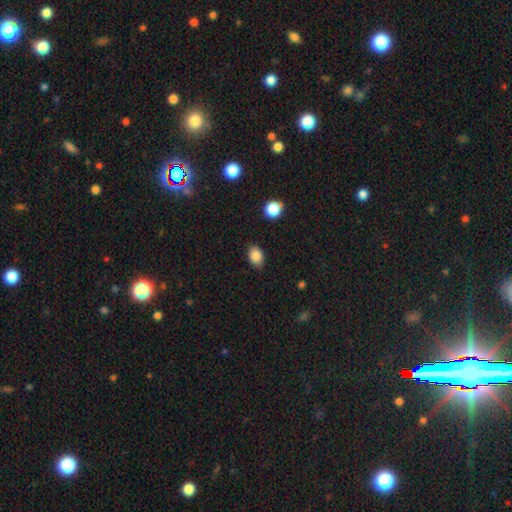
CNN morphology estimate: The model was most divided on "how rounded": in between: 80%, round: 19%, cigar-shaped: 1%. More confident: smooth or featured — smooth (87%); merging — none (84%).